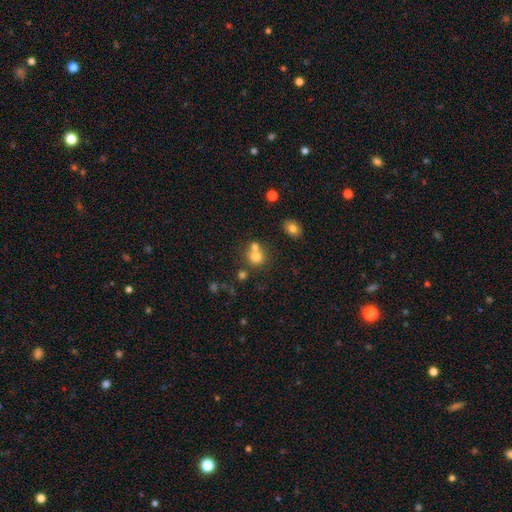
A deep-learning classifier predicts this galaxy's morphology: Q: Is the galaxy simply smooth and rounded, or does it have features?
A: smooth — 74%.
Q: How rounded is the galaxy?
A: round — 83%.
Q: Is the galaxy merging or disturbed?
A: none — 45%.